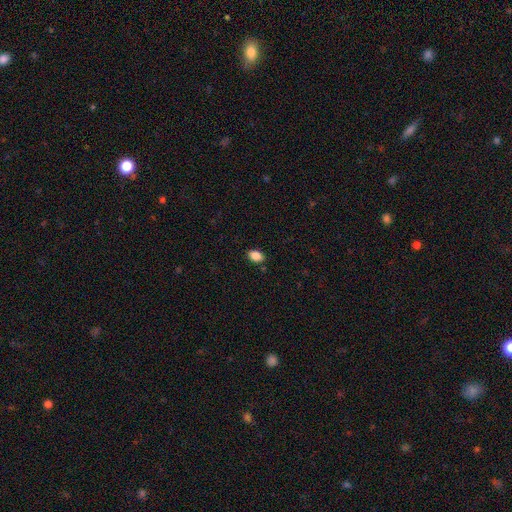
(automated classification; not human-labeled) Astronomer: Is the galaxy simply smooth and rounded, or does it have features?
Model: smooth — 88%.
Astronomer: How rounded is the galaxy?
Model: in between — 86%.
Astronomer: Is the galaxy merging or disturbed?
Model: none — 86%.